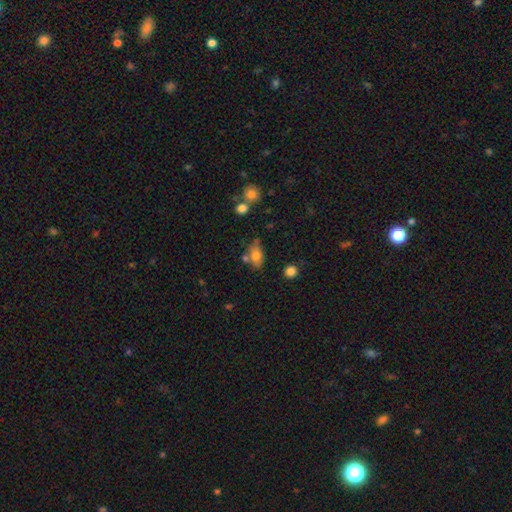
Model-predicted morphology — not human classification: smooth_or_featured: smooth (p=0.74) [alt: featured or disk p=0.16]
how_rounded: in between (p=0.85) [alt: round p=0.11]
merging: none (p=0.59) [alt: minor disturbance p=0.19]